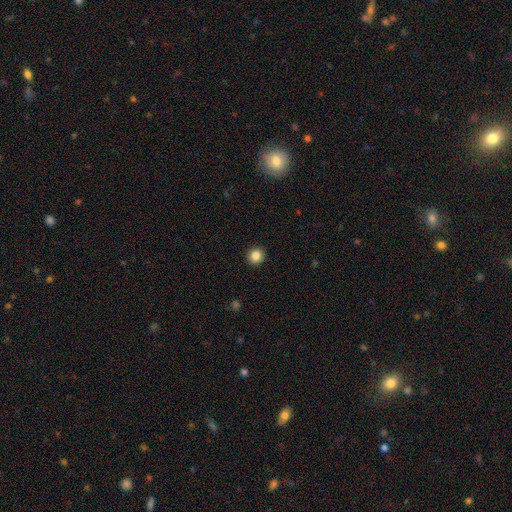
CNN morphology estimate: This is clearly a smooth galaxy (84%). How rounded: clearly round (91%). Merging: clearly none (93%).